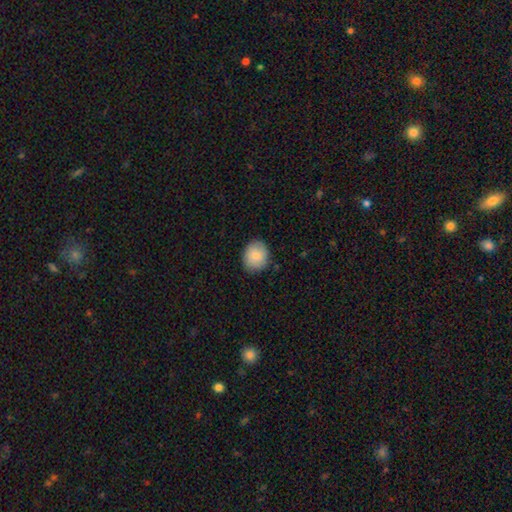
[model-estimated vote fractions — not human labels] Q: Smooth or featured?
A: smooth (85%); runner-up: featured or disk (8%)
Q: How rounded?
A: round (67%); runner-up: in between (32%)
Q: Merging?
A: none (85%); runner-up: minor disturbance (12%)